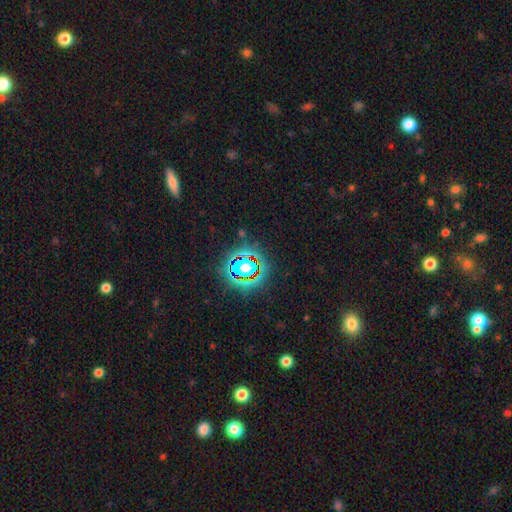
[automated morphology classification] Smooth or featured? star or artifact (78%)